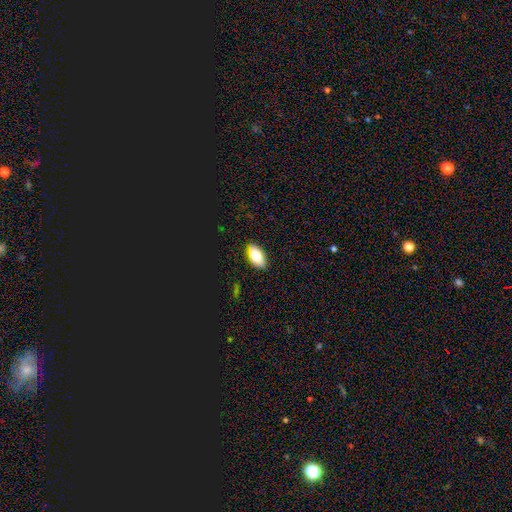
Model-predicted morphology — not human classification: Overall: smooth (75%). How rounded: in between (91%). Merging: none (85%).